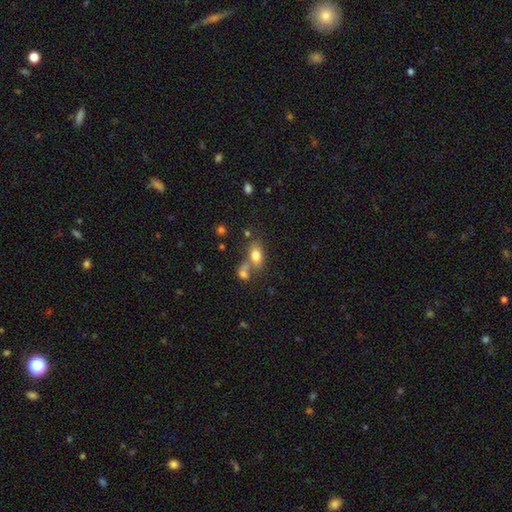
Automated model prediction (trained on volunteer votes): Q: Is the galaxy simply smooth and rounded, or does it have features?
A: smooth — 78%.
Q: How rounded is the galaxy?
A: in between — 83%.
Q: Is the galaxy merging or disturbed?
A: none — 42%.